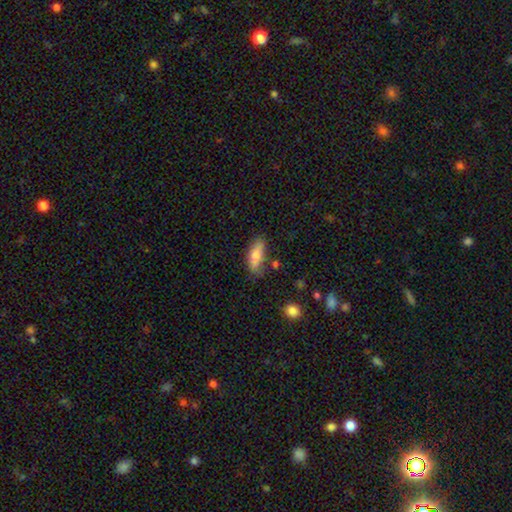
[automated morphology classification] This is likely a smooth galaxy (76%). How rounded: possibly in between (59%). Merging: likely none (68%).